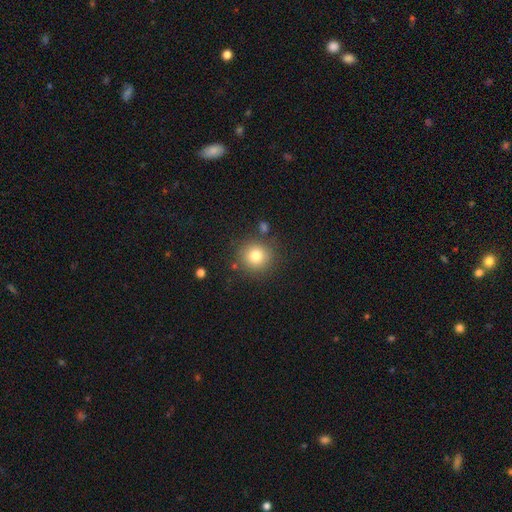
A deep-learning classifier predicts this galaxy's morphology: Q: Smooth or featured?
A: smooth (80%); runner-up: star or artifact (12%)
Q: How rounded?
A: round (92%); runner-up: in between (7%)
Q: Merging?
A: none (83%); runner-up: minor disturbance (9%)